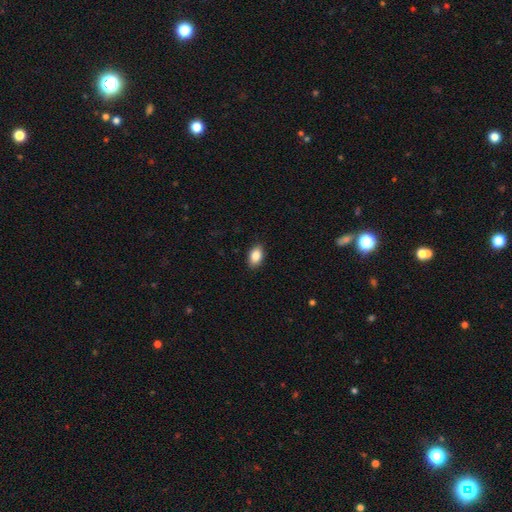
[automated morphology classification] Q: Smooth or featured?
A: smooth (87%); runner-up: star or artifact (8%)
Q: How rounded?
A: in between (90%); runner-up: round (8%)
Q: Merging?
A: none (89%); runner-up: minor disturbance (8%)